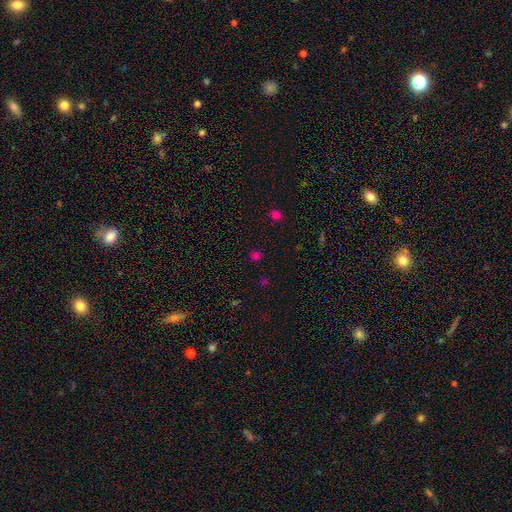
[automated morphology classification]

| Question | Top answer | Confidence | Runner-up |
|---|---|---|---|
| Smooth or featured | smooth | 66% | star or artifact (30%) |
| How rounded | round | 88% | in between (11%) |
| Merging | none | 87% | minor disturbance (8%) |